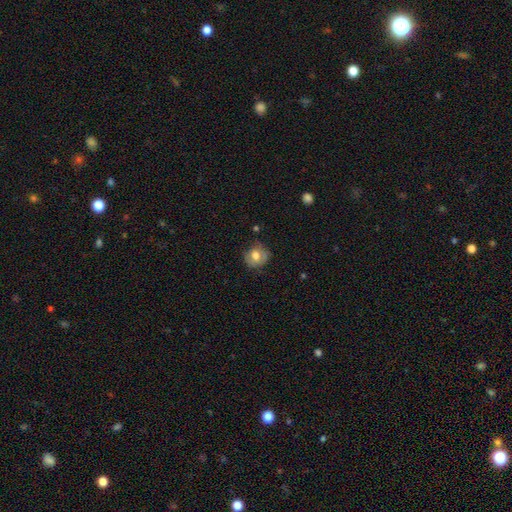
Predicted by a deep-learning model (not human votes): Smooth or featured: smooth — 59% (featured or disk — 32%)
How rounded: round — 77% (in between — 22%)
Merging: none — 65% (minor disturbance — 24%)